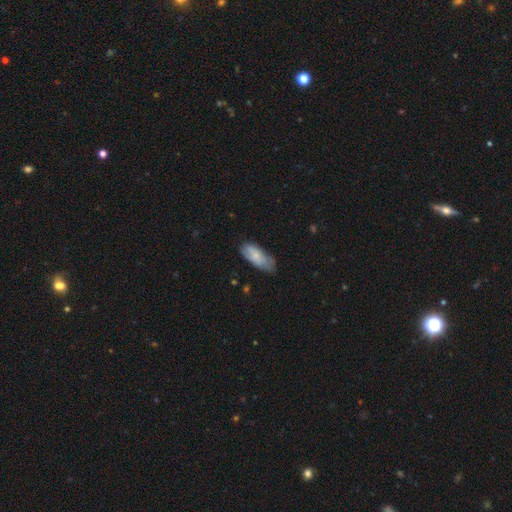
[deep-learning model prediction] The model was most divided on "merging": none: 55%, minor disturbance: 34%, major disturbance: 9%, merger: 2%. More confident: how rounded — in between (83%); smooth or featured — smooth (67%).